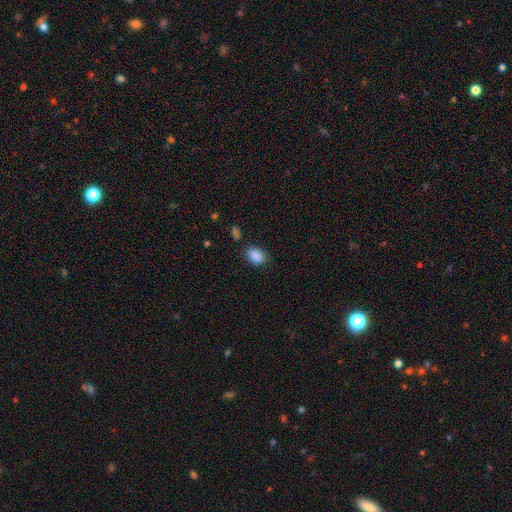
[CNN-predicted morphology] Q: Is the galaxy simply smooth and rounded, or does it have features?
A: smooth — 88%.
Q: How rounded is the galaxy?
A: in between — 78%.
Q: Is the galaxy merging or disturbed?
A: none — 71%.